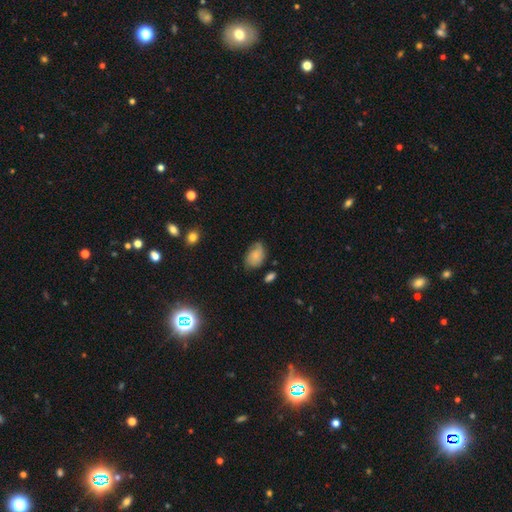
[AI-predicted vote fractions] Q: Smooth or featured?
A: smooth (69%); runner-up: featured or disk (22%)
Q: How rounded?
A: in between (86%); runner-up: round (13%)
Q: Merging?
A: none (51%); runner-up: minor disturbance (35%)